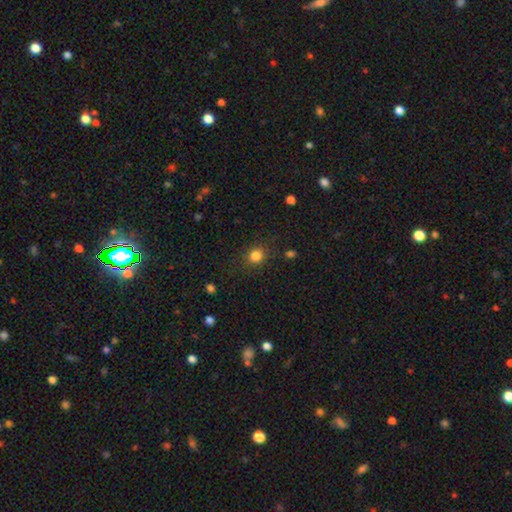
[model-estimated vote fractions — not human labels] smooth_or_featured: smooth (p=0.83) [alt: star or artifact p=0.12]
how_rounded: round (p=0.84) [alt: in between p=0.15]
merging: none (p=0.86) [alt: minor disturbance p=0.09]